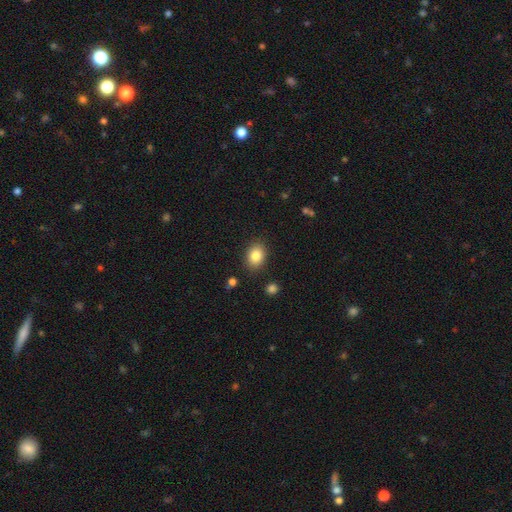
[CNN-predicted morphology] Smooth or featured: smooth — 84% (star or artifact — 9%)
How rounded: in between — 68% (round — 31%)
Merging: none — 86% (minor disturbance — 9%)